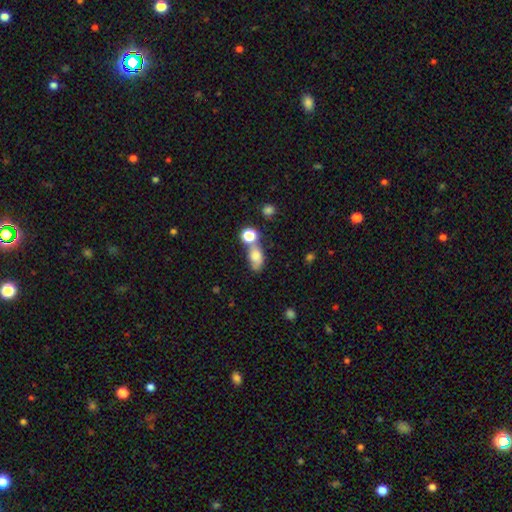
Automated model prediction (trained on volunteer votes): Smooth or featured? Predicted: smooth (p=0.69). How rounded? Predicted: in between (p=0.74). Merging? Predicted: none (p=0.41).